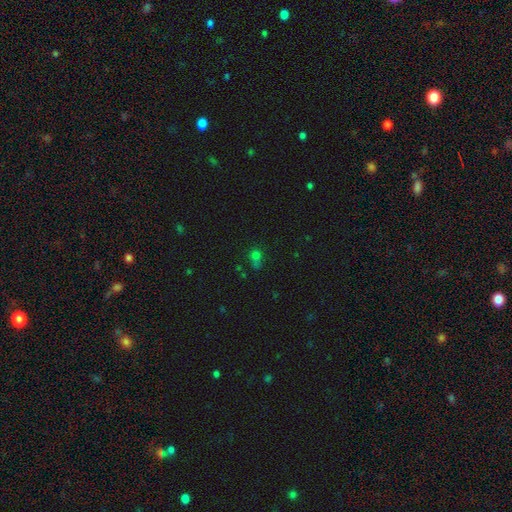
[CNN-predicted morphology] Q: Smooth or featured?
A: smooth (63%); runner-up: star or artifact (28%)
Q: How rounded?
A: round (75%); runner-up: in between (23%)
Q: Merging?
A: none (48%); runner-up: merger (23%)